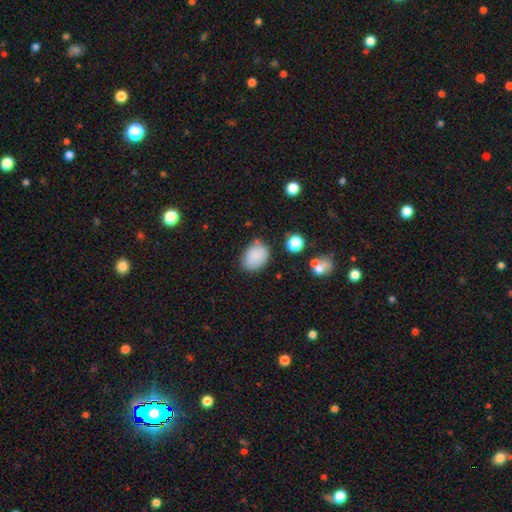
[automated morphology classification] type=smooth (84%); roundness=in between (73%); merging=none (73%).